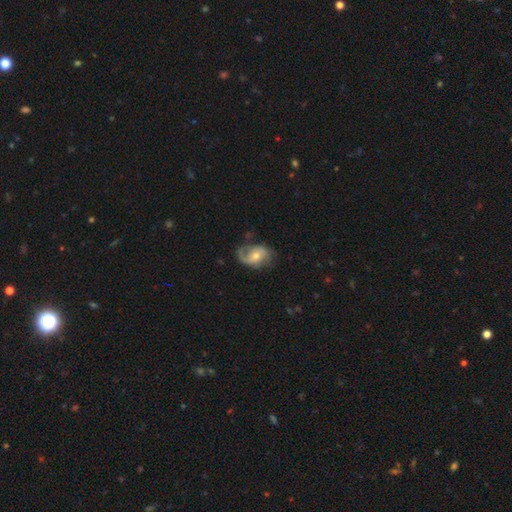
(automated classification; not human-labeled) Smooth or featured?
  - featured or disk: 70% *
  - smooth: 24%
  - star or artifact: 6%
Edge-on disk?
  - no: 97% *
  - yes: 3%
Bar?
  - no: 59% *
  - weak: 32%
  - strong: 8%
Spiral arms?
  - yes: 88% *
  - no: 12%
Spiral winding?
  - medium: 41% *
  - loose: 39%
  - tight: 21%
Spiral arm count?
  - 2: 55% *
  - 1: 32%
  - can't tell: 9%
  - 3: 2%
  - 4: 1%
  - more than 4: 1%
Bulge size?
  - moderate: 53% *
  - small: 42%
  - large: 3%
  - none: 1%
  - dominant: 1%
Merging?
  - none: 54% *
  - minor disturbance: 25%
  - major disturbance: 19%
  - merger: 2%